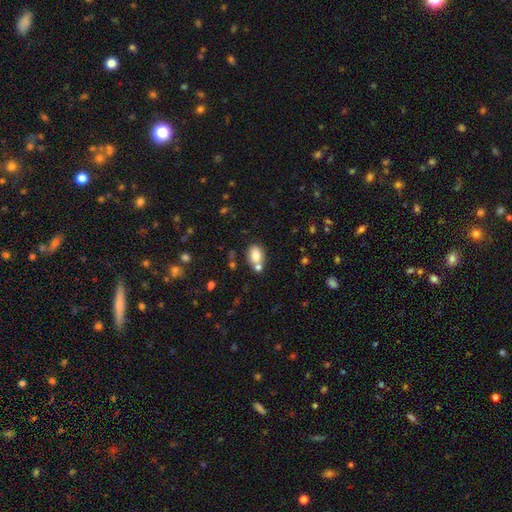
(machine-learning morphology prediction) Q: Smooth or featured?
A: smooth (80%); runner-up: featured or disk (11%)
Q: How rounded?
A: in between (76%); runner-up: round (23%)
Q: Merging?
A: none (58%); runner-up: merger (25%)